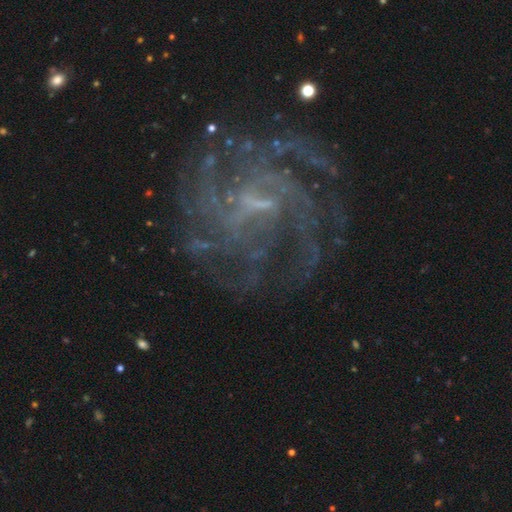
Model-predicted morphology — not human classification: type=featured or disk (86%); edge-on=no (98%); bar=weak (57%); spiral arms=yes (94%); winding=tight (46%); arm count=can't tell (30%); bulge=small (50%); merging=none (69%).